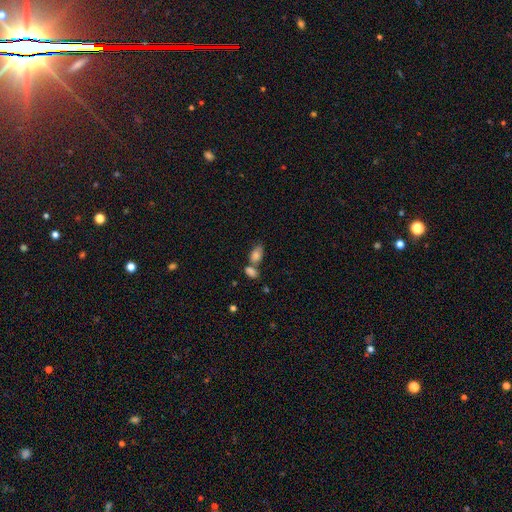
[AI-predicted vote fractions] This appears to be a smooth galaxy with no disk features (74%) that is in between round and cigar-shaped (84%). Merging: merger (45%).